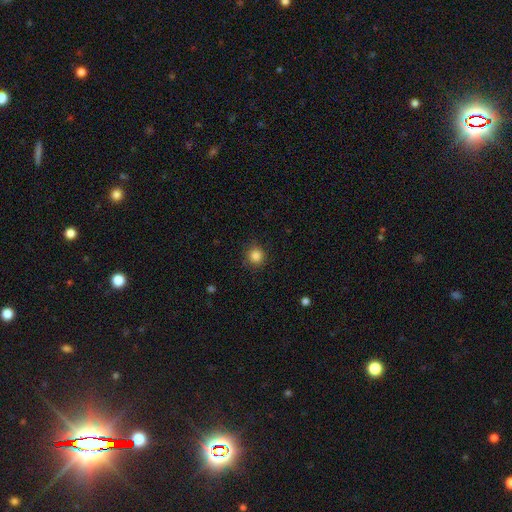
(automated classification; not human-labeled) Q: Smooth or featured?
A: smooth (84%); runner-up: star or artifact (12%)
Q: How rounded?
A: round (93%); runner-up: in between (6%)
Q: Merging?
A: none (88%); runner-up: minor disturbance (9%)